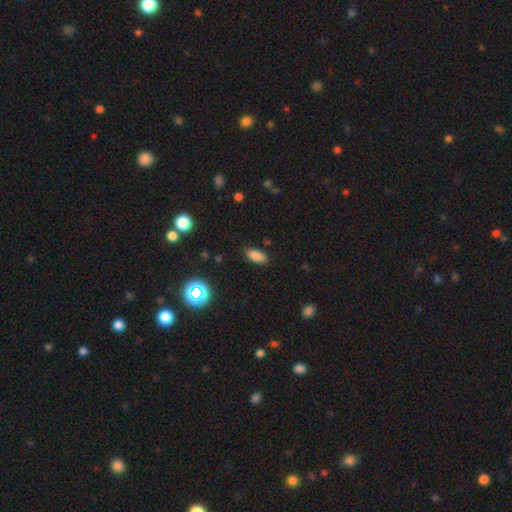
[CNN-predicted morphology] type=smooth (82%); roundness=in between (89%); merging=none (86%).